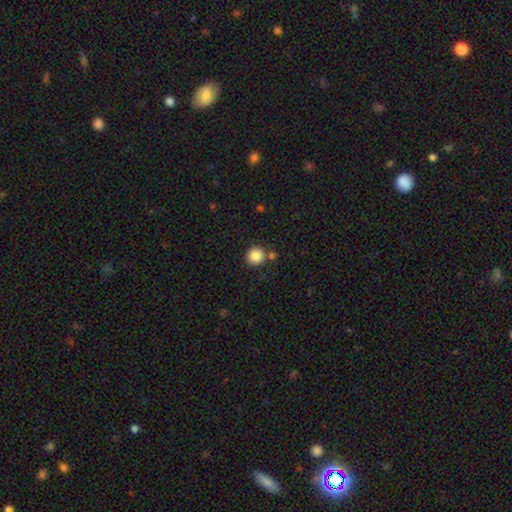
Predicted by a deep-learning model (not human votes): smooth-or-featured: smooth: 86% | star or artifact: 10% | featured or disk: 5%
  how-rounded: round: 93% | in between: 7% | cigar-shaped: 1%
  merging: none: 82% | merger: 8% | minor disturbance: 8% | major disturbance: 2%